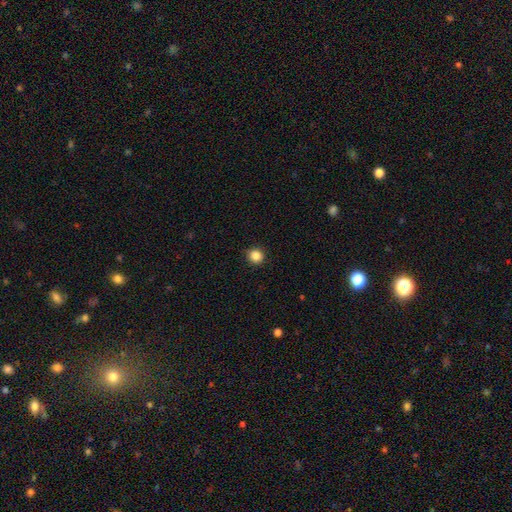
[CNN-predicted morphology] Smooth or featured? Predicted: smooth (p=0.86). How rounded? Predicted: round (p=0.92). Merging? Predicted: none (p=0.92).